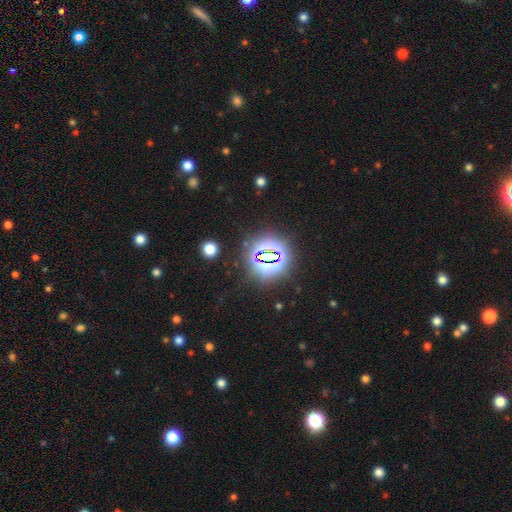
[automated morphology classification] Q: Smooth or featured?
A: star or artifact (81%); runner-up: smooth (13%)